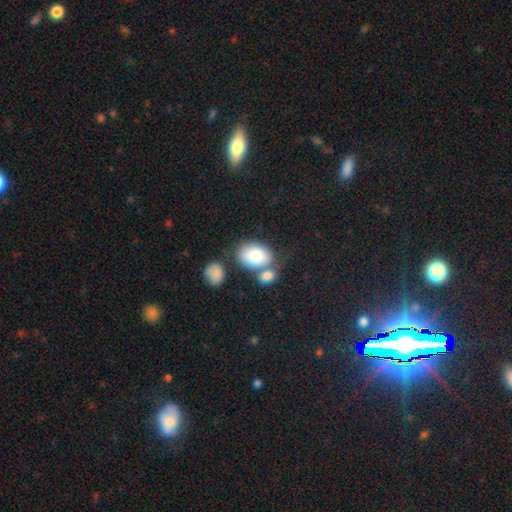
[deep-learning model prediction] This is likely a smooth galaxy (79%). How rounded: likely in between (74%). Merging: possibly none (50%).